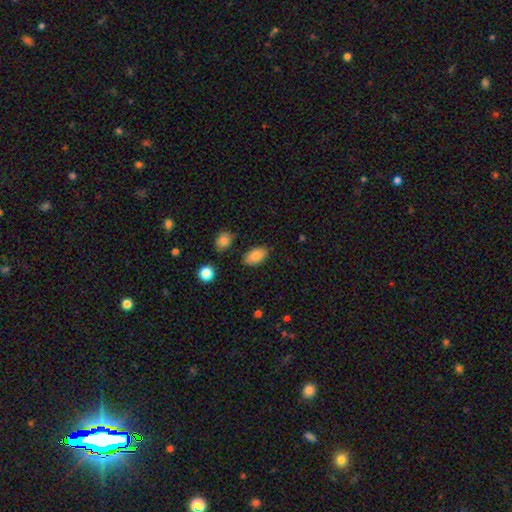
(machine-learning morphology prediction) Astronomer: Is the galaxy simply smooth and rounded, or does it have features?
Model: smooth — 83%.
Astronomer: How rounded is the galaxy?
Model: in between — 93%.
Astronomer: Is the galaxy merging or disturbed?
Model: none — 83%.